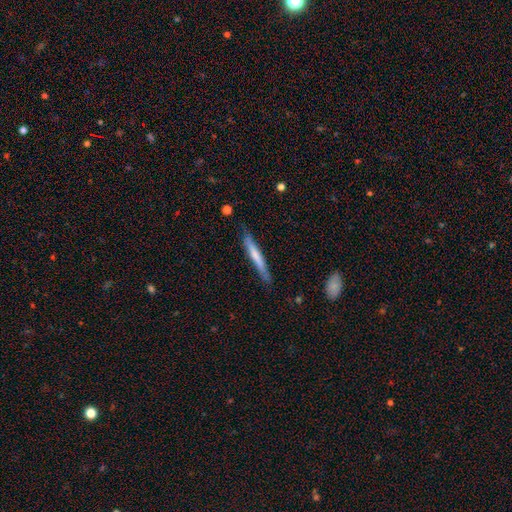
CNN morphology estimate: This is possibly a smooth galaxy (57%). How rounded: clearly cigar-shaped (95%). Merging: likely none (80%).